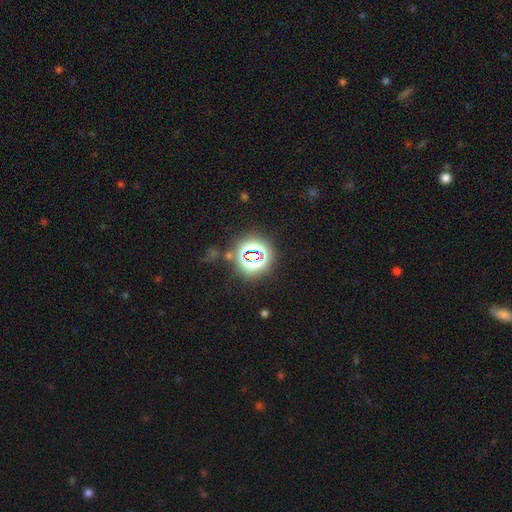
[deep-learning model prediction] Smooth or featured: star or artifact — 69% (smooth — 22%)